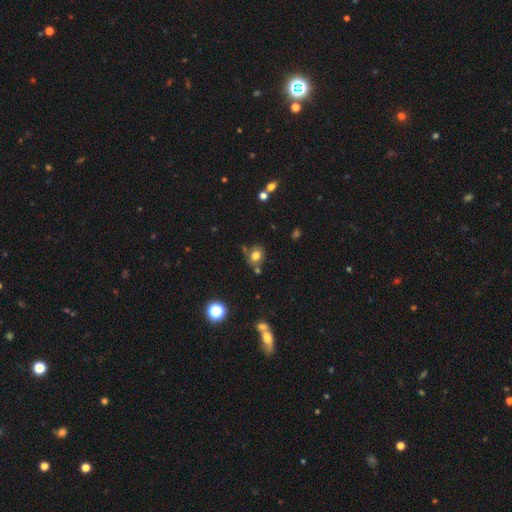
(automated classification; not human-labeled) smooth 75%, star or artifact 14%, featured or disk 11%. Down the decision tree: how rounded — round (67%); merging — none (62%).